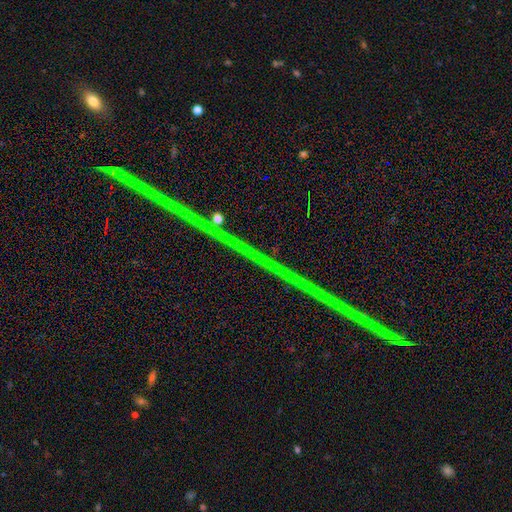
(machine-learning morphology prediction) Q: Smooth or featured?
A: star or artifact (87%); runner-up: featured or disk (8%)